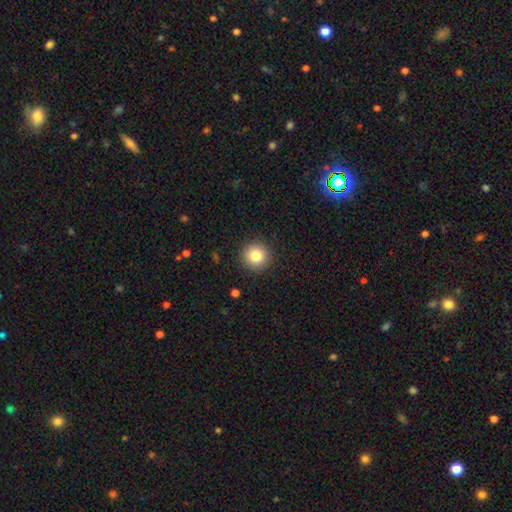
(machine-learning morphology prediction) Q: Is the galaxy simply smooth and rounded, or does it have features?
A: smooth — 81%.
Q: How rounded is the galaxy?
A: round — 95%.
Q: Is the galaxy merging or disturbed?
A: none — 91%.